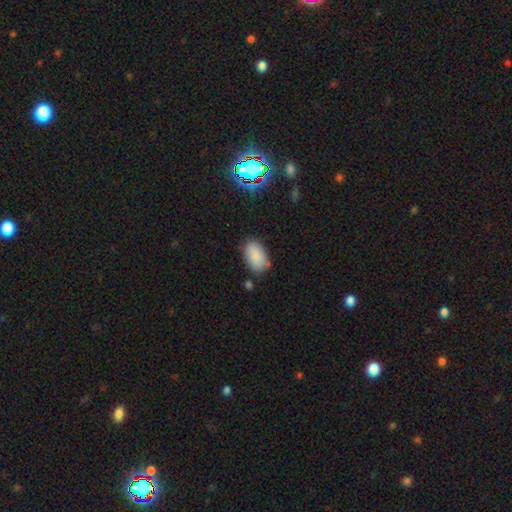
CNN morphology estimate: Overall: smooth (87%). How rounded: in between (93%). Merging: none (78%).